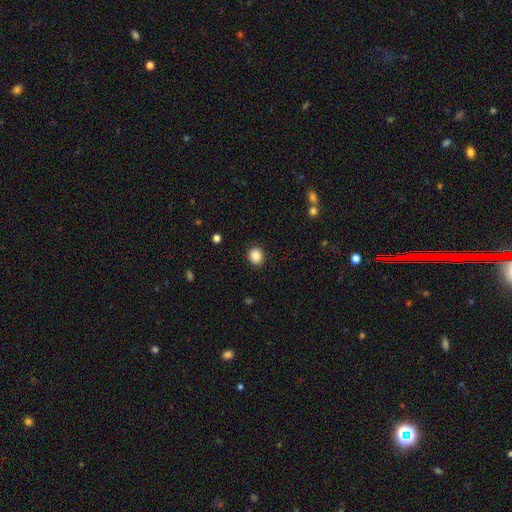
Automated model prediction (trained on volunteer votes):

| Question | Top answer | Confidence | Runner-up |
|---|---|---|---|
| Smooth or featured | smooth | 87% | star or artifact (9%) |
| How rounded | round | 79% | in between (20%) |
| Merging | none | 90% | minor disturbance (6%) |